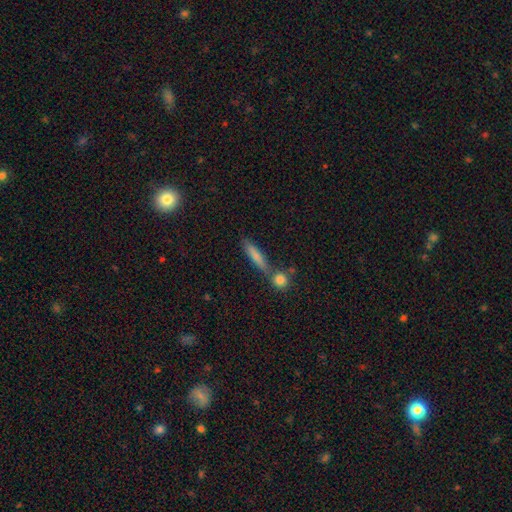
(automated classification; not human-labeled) Smooth or featured?
  - smooth: 75% *
  - featured or disk: 17%
  - star or artifact: 8%
How rounded?
  - cigar-shaped: 82% *
  - in between: 15%
  - round: 4%
Merging?
  - none: 66% *
  - merger: 18%
  - minor disturbance: 12%
  - major disturbance: 4%